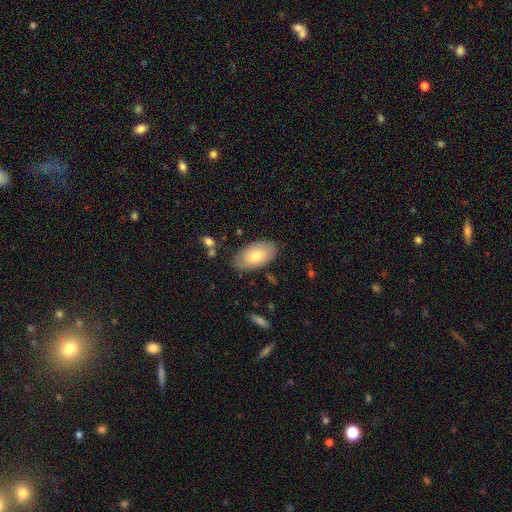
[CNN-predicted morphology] smooth-or-featured: smooth: 69% | featured or disk: 25% | star or artifact: 6%
  how-rounded: in between: 95% | round: 3% | cigar-shaped: 2%
  merging: none: 82% | minor disturbance: 14% | major disturbance: 3% | merger: 2%